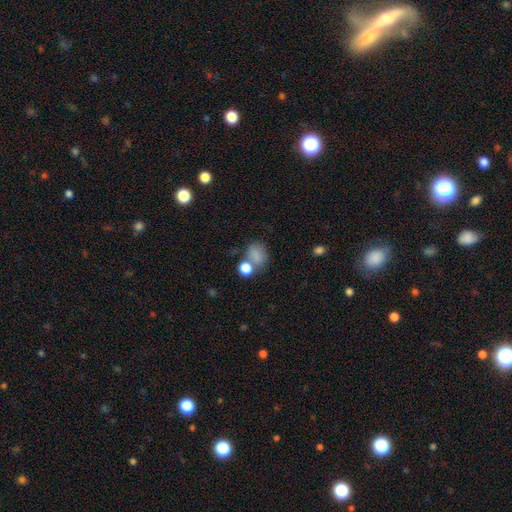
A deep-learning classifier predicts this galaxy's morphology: Q: Smooth or featured?
A: smooth (79%); runner-up: star or artifact (13%)
Q: How rounded?
A: in between (56%); runner-up: round (43%)
Q: Merging?
A: none (48%); runner-up: merger (26%)